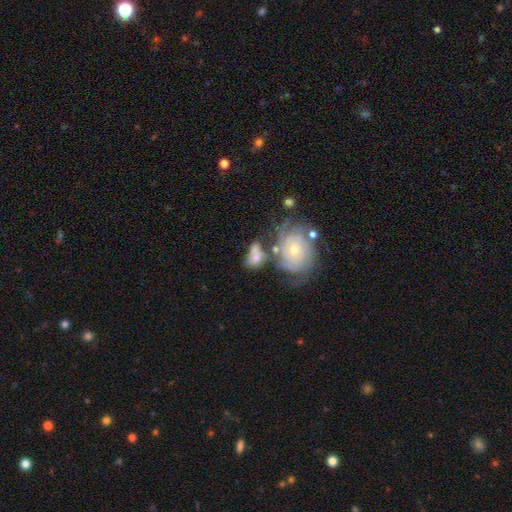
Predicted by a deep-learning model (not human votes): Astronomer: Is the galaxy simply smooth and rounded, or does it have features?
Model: featured or disk — 58%.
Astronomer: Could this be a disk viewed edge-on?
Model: no — 95%.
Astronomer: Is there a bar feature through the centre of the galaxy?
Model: no — 70%.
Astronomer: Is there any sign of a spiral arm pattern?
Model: yes — 79%.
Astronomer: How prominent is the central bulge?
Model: small — 50% (runner-up: moderate, 42%).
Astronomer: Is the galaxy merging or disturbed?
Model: none — 34% (runner-up: merger, 33%).